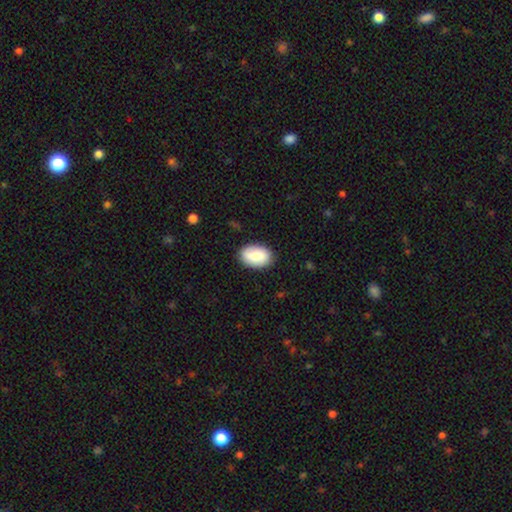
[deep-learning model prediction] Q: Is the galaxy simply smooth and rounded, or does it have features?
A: smooth — 77%.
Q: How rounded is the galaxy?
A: in between — 89%.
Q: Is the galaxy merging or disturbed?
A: none — 86%.